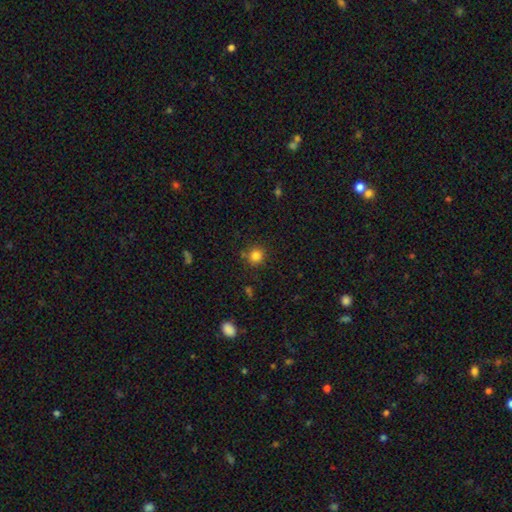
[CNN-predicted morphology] A smooth galaxy with no disk features (82%) that is round (92%). Merging: none (81%).